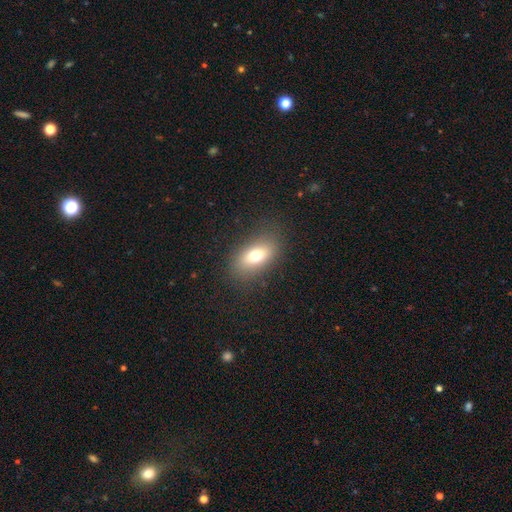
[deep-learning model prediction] Smooth or featured: smooth — 71% (featured or disk — 18%)
How rounded: in between — 83% (round — 12%)
Merging: none — 84% (minor disturbance — 11%)